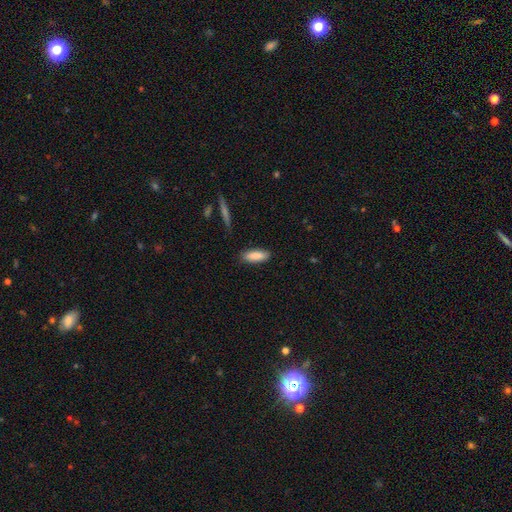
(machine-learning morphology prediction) Smooth or featured?
  - smooth: 88% *
  - star or artifact: 6%
  - featured or disk: 6%
How rounded?
  - in between: 65% *
  - cigar-shaped: 33%
  - round: 2%
Merging?
  - none: 85% *
  - minor disturbance: 11%
  - major disturbance: 2%
  - merger: 2%